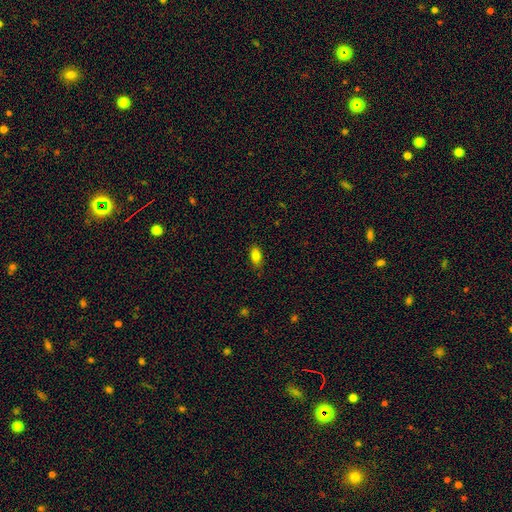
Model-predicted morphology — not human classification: A smooth galaxy with no disk features (83%) that is in between round and cigar-shaped (88%). Merging: none (83%).